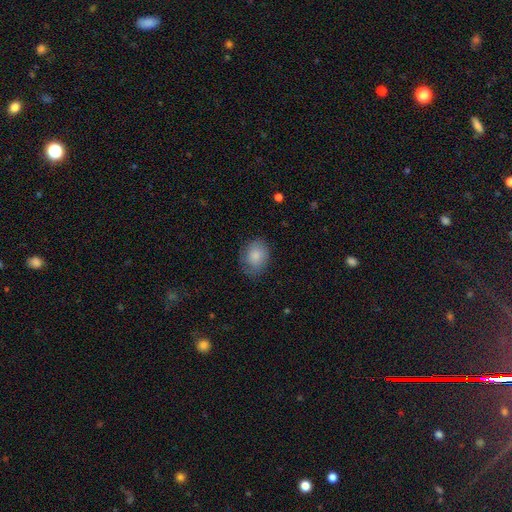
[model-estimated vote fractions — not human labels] Smooth or featured?
  - smooth: 82% *
  - featured or disk: 11%
  - star or artifact: 7%
How rounded?
  - in between: 62% *
  - round: 37%
  - cigar-shaped: 1%
Merging?
  - none: 72% *
  - minor disturbance: 21%
  - major disturbance: 6%
  - merger: 1%